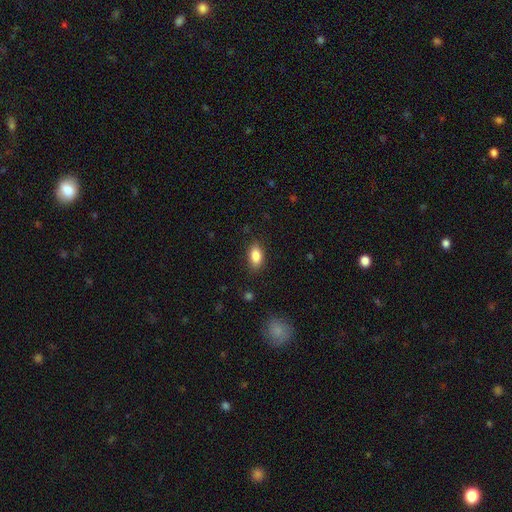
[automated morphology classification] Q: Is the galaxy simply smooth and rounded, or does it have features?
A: smooth — 86%.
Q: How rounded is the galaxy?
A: in between — 89%.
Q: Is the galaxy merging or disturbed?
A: none — 85%.